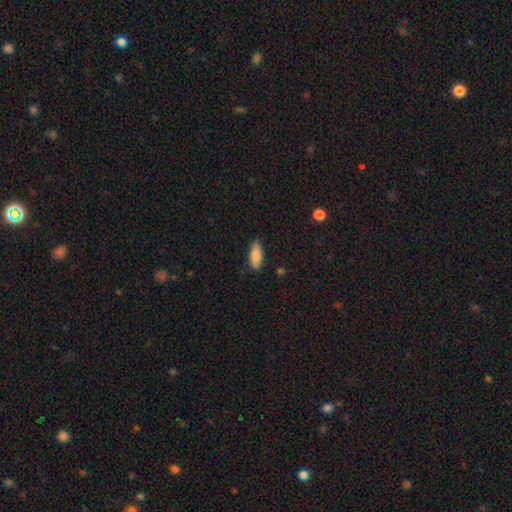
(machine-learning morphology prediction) Smooth or featured? Predicted: smooth (p=0.87). How rounded? Predicted: in between (p=0.81). Merging? Predicted: none (p=0.83).